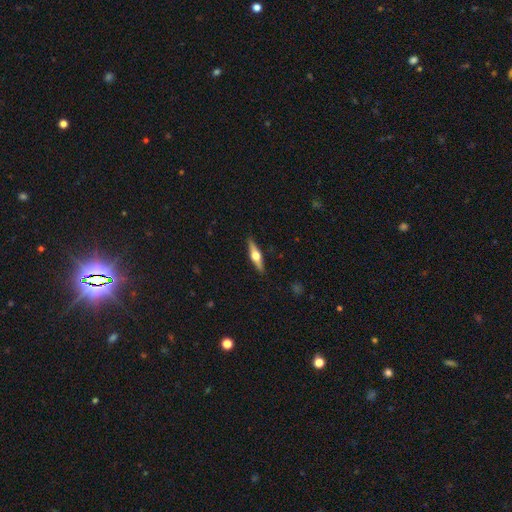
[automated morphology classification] A featured or disk galaxy (69%) viewed edge-on (97%) with a rounded central bulge (96%).

Vote fractions:
- Smooth or featured? featured or disk: 69% / smooth: 26% / star or artifact: 5%
- Edge-on disk? yes: 97% / no: 3%
- Edge-on bulge? rounded: 96% / boxy: 3% / none: 1%
- Merging? none: 90% / minor disturbance: 7% / major disturbance: 2% / merger: 1%